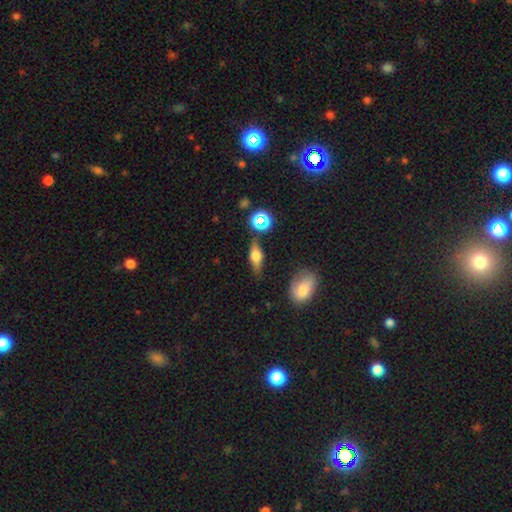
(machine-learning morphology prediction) Smooth or featured?
  - smooth: 53% *
  - featured or disk: 35%
  - star or artifact: 12%
How rounded?
  - in between: 64% *
  - cigar-shaped: 26%
  - round: 10%
Merging?
  - none: 75% *
  - minor disturbance: 16%
  - major disturbance: 5%
  - merger: 4%